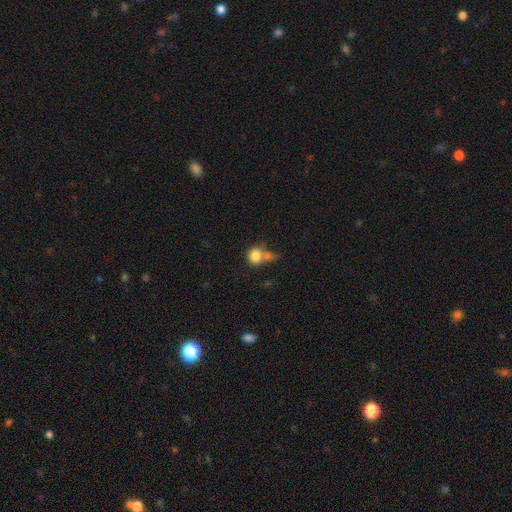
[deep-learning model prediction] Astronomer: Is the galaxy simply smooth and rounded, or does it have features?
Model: smooth — 80%.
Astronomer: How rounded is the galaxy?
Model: round — 64%.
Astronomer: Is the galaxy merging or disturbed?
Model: merger — 43% (runner-up: none, 31%).